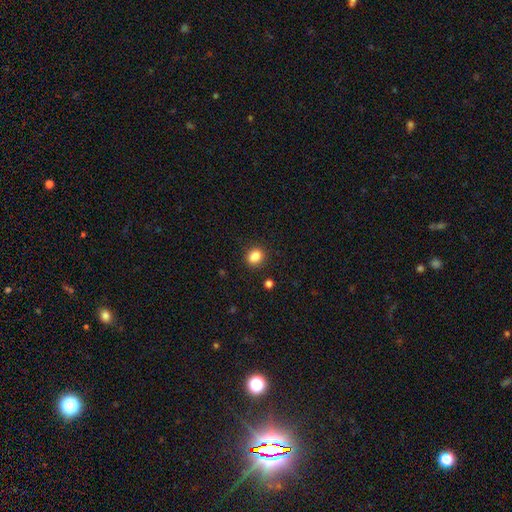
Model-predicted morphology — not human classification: smooth_or_featured: smooth (p=0.85) [alt: star or artifact p=0.10]
how_rounded: round (p=0.59) [alt: in between p=0.40]
merging: none (p=0.84) [alt: minor disturbance p=0.10]